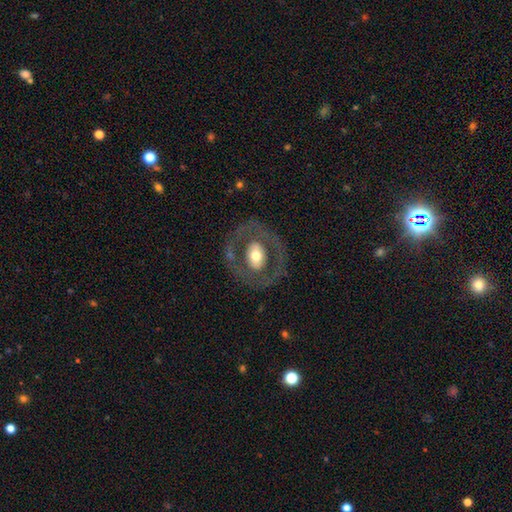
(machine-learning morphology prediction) This is possibly a featured or disk galaxy (55%). It is clearly not viewed edge-on (93%). Bar: likely no (70%). Spiral arm pattern: clearly no (86%). Central bulge: likely moderate (60%). Merging: likely none (77%).